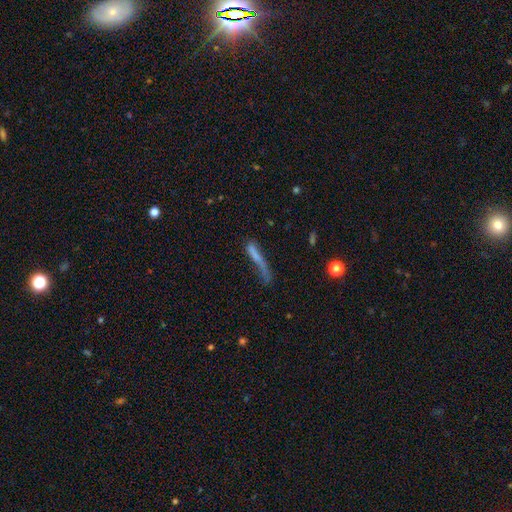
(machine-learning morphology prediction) Smooth or featured?
  - smooth: 59% *
  - featured or disk: 30%
  - star or artifact: 11%
How rounded?
  - cigar-shaped: 88% *
  - in between: 9%
  - round: 2%
Merging?
  - none: 34% *
  - major disturbance: 32%
  - minor disturbance: 23%
  - merger: 10%